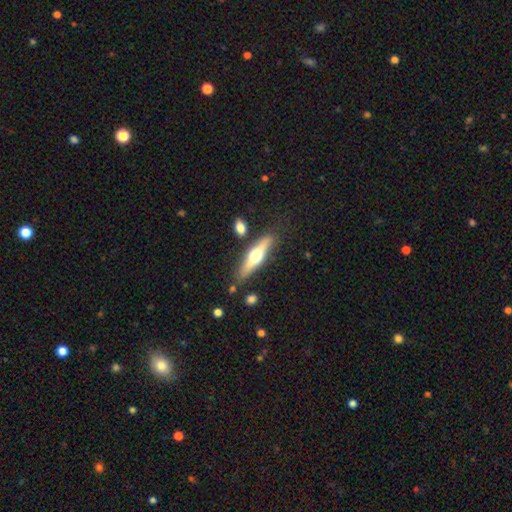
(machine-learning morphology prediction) Overall: featured or disk (59%; smooth 35%). Edge-on disk: yes (94%). Edge-on bulge: rounded (95%). Merging: none (80%).